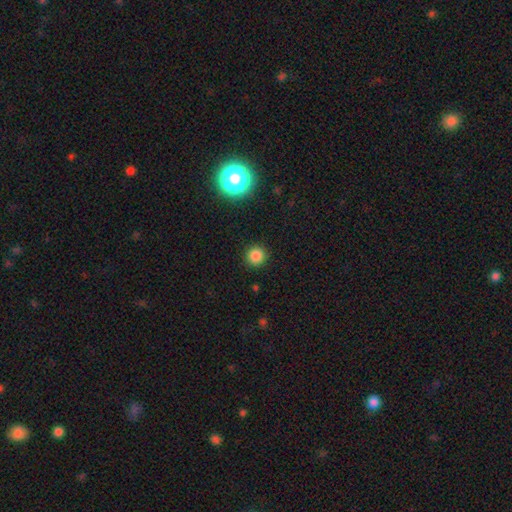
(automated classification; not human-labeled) Overall: smooth (83%). How rounded: round (94%). Merging: none (91%).